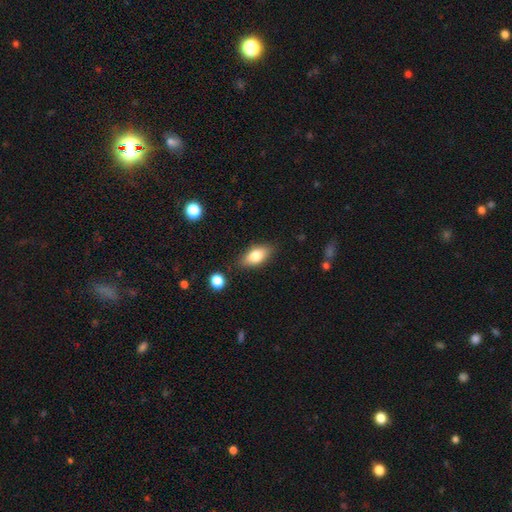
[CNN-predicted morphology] The model was most divided on "smooth or featured": smooth: 78%, featured or disk: 15%, star or artifact: 7%. More confident: how rounded — in between (87%); merging — none (83%).